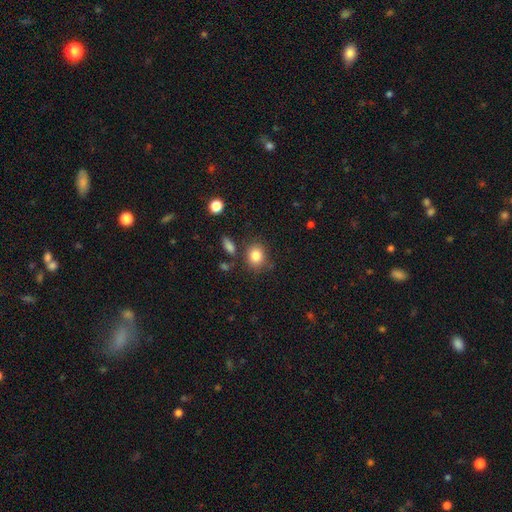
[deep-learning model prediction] This appears to be a smooth galaxy with no disk features (83%) that is round (66%). Merging: none (76%).